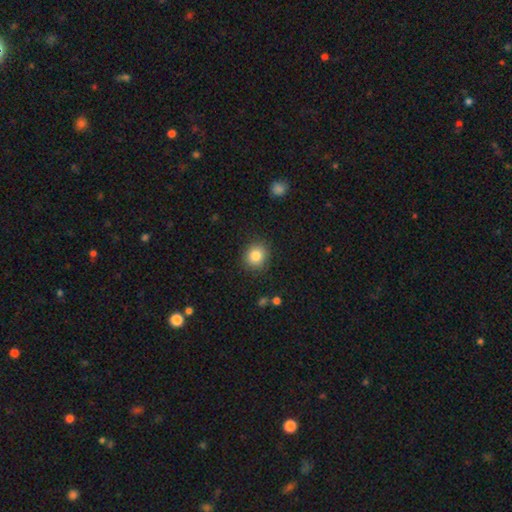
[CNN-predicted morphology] Overall: smooth (83%). How rounded: round (83%). Merging: none (88%).